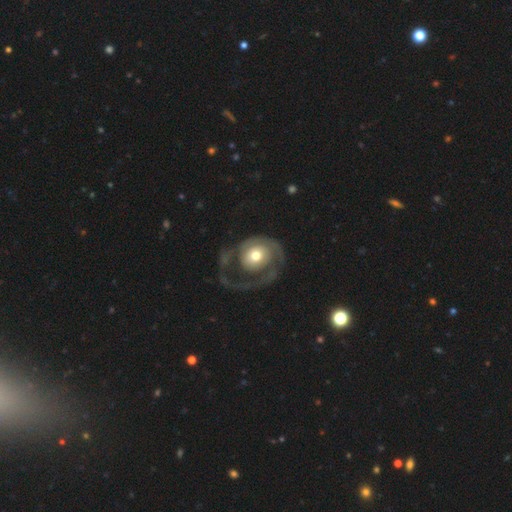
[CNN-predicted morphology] Q: Smooth or featured?
A: featured or disk (69%); runner-up: smooth (26%)
Q: Edge-on disk?
A: no (97%); runner-up: yes (3%)
Q: Bar?
A: no (81%); runner-up: weak (15%)
Q: Spiral arms?
A: yes (74%); runner-up: no (26%)
Q: Bulge size?
A: moderate (64%); runner-up: small (17%)
Q: Merging?
A: major disturbance (52%); runner-up: none (31%)